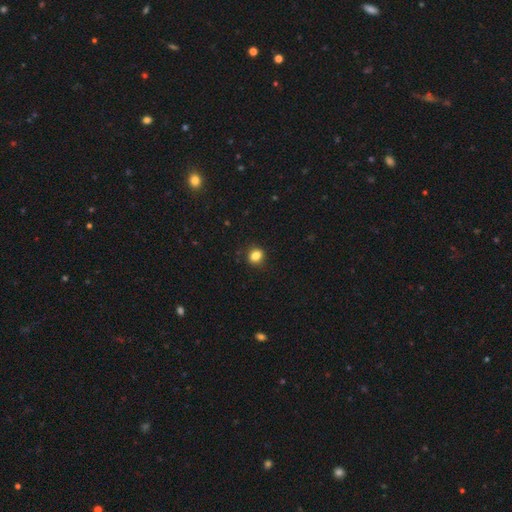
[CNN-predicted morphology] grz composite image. It shows a smooth galaxy with no disk features (84%) that is round (57%). Merging: none (87%).